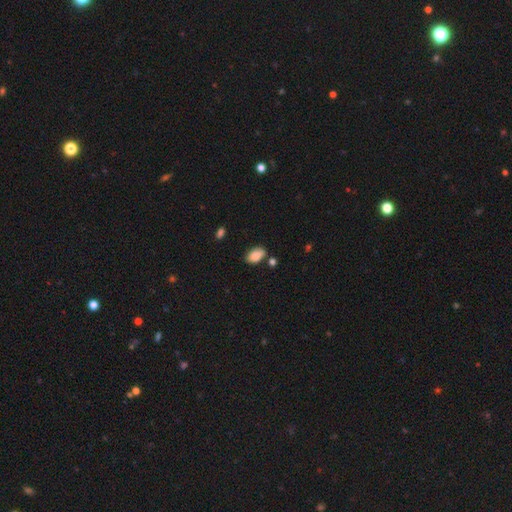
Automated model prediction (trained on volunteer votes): Smooth or featured: smooth — 87% (star or artifact — 8%)
How rounded: in between — 92% (round — 6%)
Merging: none — 70% (minor disturbance — 18%)